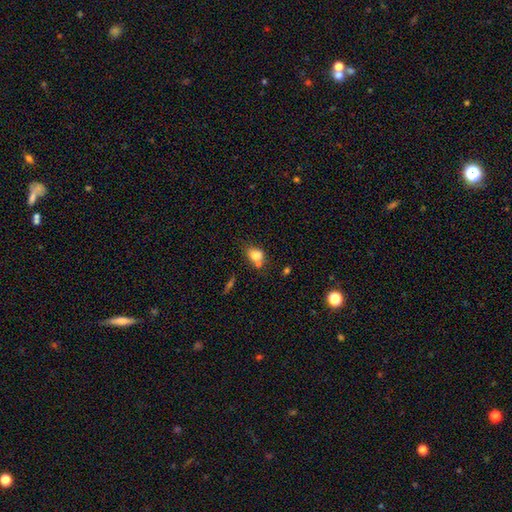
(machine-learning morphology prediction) The model was most divided on "merging": none: 40%, merger: 36%, minor disturbance: 17%, major disturbance: 7%. More confident: smooth or featured — smooth (77%); how rounded — in between (65%).